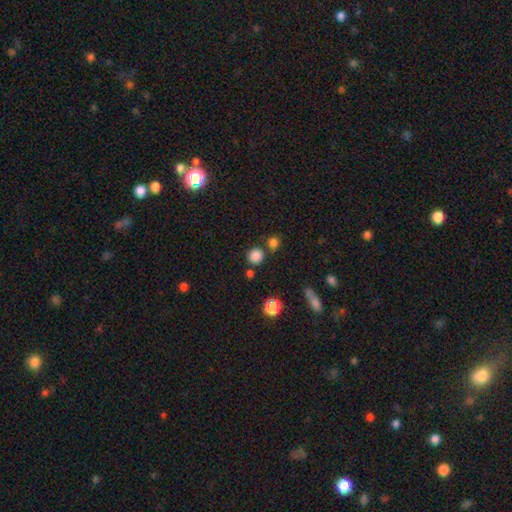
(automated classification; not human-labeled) Overall: smooth (82%). How rounded: round (91%). Merging: none (78%).